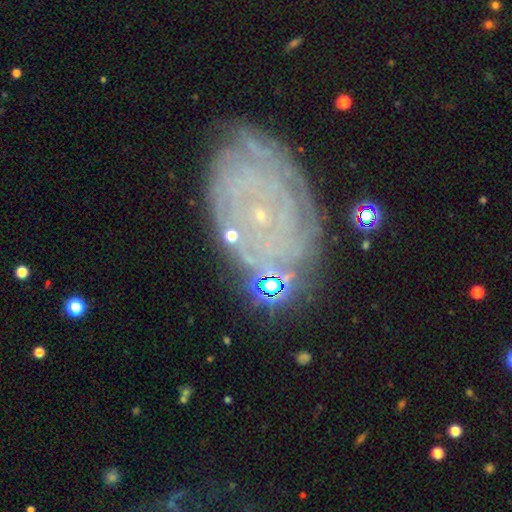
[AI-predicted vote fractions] featured or disk 62%, star or artifact 20%, smooth 18%. Down the decision tree: edge-on disk — no (95%); bar — no (78%); spiral arms — yes (80%); bulge size — small (74%); merging — none (71%).